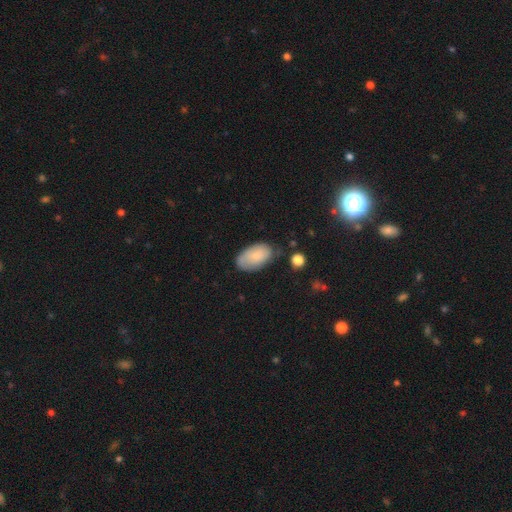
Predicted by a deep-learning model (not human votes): smooth_or_featured: smooth (p=0.77) [alt: featured or disk p=0.16]
how_rounded: in between (p=0.95) [alt: round p=0.04]
merging: none (p=0.63) [alt: minor disturbance p=0.27]